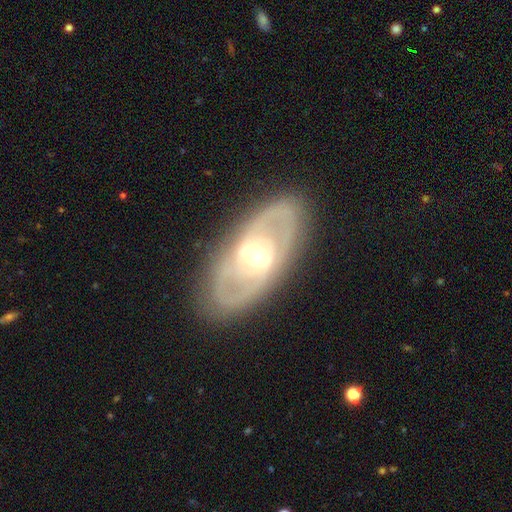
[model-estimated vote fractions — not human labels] Smooth or featured? featured or disk (76%)
Edge-on disk? no (89%)
Bar? no (49%)
Spiral arms? yes (61%)
Bulge size? moderate (68%)
Merging? none (84%)